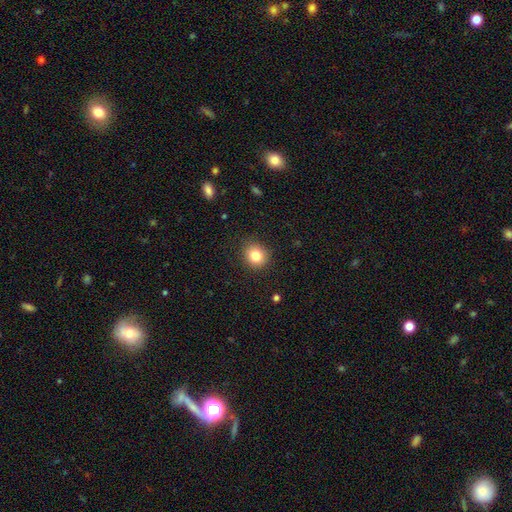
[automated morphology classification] A smooth galaxy with no disk features (82%) that is round (81%). Merging: none (88%).